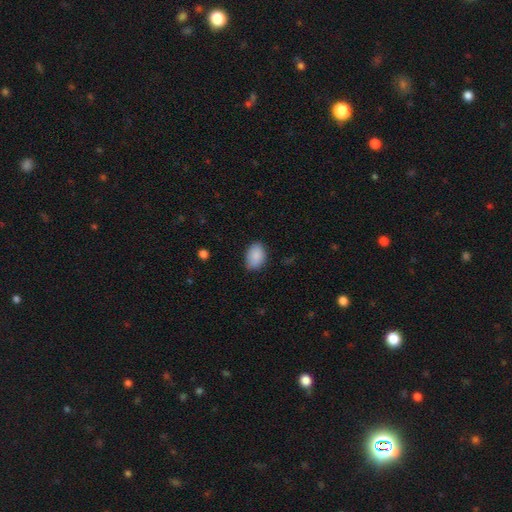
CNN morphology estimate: Smooth or featured? Predicted: smooth (p=0.89). How rounded? Predicted: in between (p=0.86). Merging? Predicted: none (p=0.80).